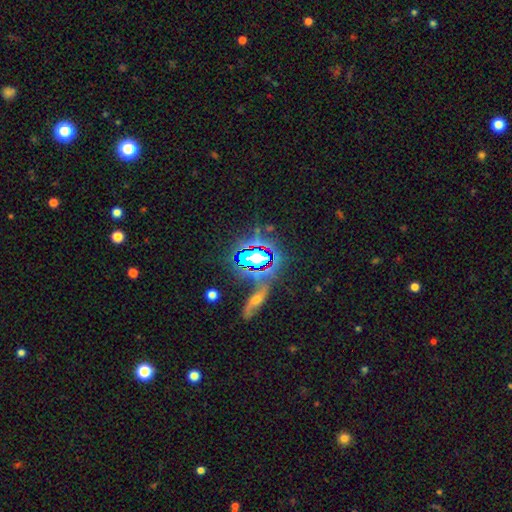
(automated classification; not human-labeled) smooth_or_featured: star or artifact (p=0.76) [alt: smooth p=0.13]